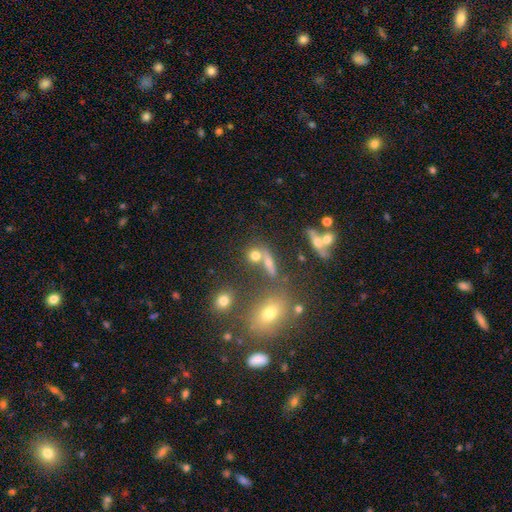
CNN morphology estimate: Q: Smooth or featured?
A: smooth (67%); runner-up: star or artifact (17%)
Q: How rounded?
A: round (69%); runner-up: in between (24%)
Q: Merging?
A: none (50%); runner-up: merger (34%)